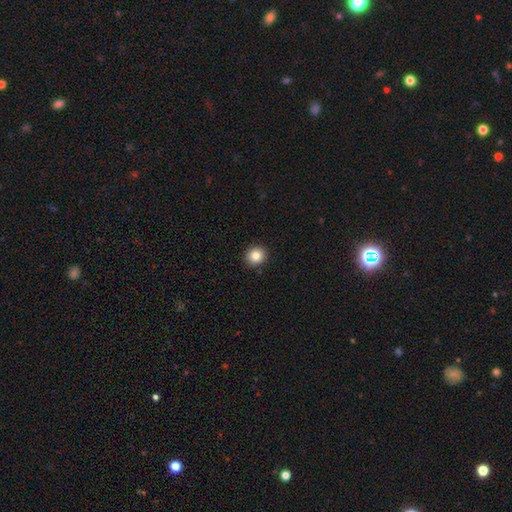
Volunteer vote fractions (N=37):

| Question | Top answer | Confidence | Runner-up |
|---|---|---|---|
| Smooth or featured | smooth | 89% | featured or disk (5%) |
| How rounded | round | 79% | in between (21%) |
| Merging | none | 86% | minor disturbance (14%) |